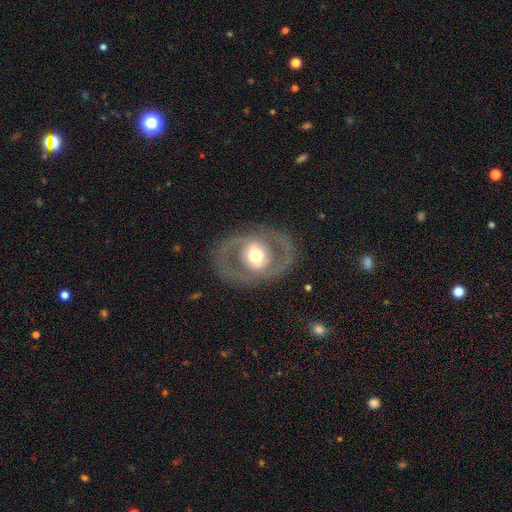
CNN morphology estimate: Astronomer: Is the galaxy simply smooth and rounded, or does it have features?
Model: featured or disk — 65%.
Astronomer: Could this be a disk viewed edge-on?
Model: no — 93%.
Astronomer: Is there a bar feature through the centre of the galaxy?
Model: no — 60%.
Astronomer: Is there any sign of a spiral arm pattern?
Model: no — 70%.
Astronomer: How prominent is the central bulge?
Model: moderate — 56% (runner-up: large, 33%).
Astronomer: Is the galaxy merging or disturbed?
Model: none — 79%.